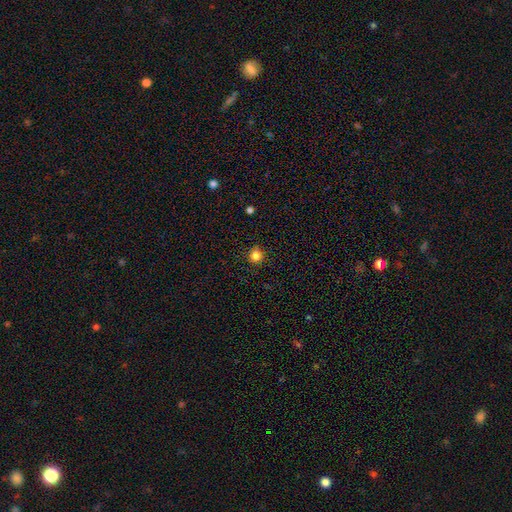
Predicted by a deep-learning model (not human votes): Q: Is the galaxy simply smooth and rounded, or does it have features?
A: smooth — 83%.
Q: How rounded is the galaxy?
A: round — 93%.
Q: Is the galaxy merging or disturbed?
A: none — 89%.